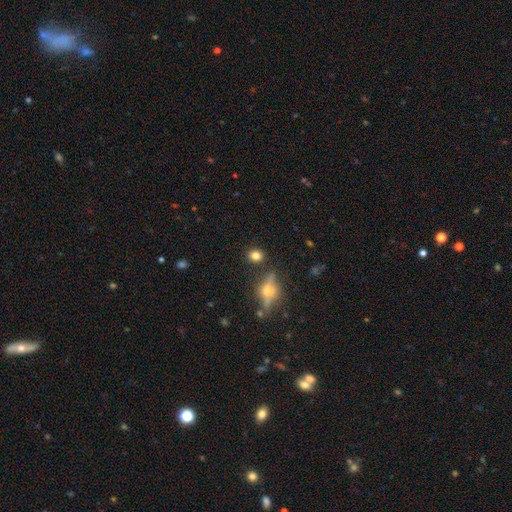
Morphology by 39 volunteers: This appears to be a smooth galaxy with no disk features (77%) that is round (63%). Merging: none (89%).